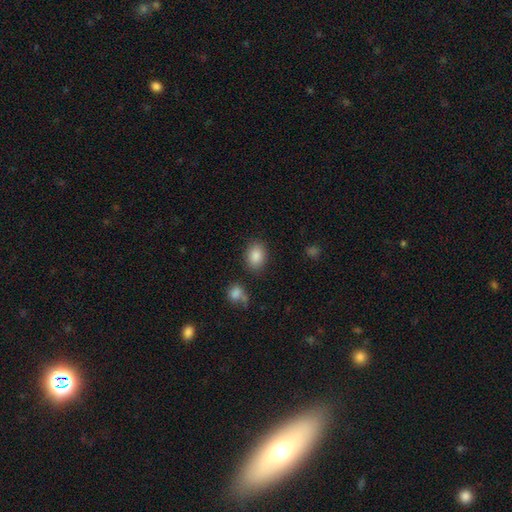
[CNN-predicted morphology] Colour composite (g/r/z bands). It shows a smooth galaxy with no disk features (87%) that is in between round and cigar-shaped (71%). Merging: none (81%).